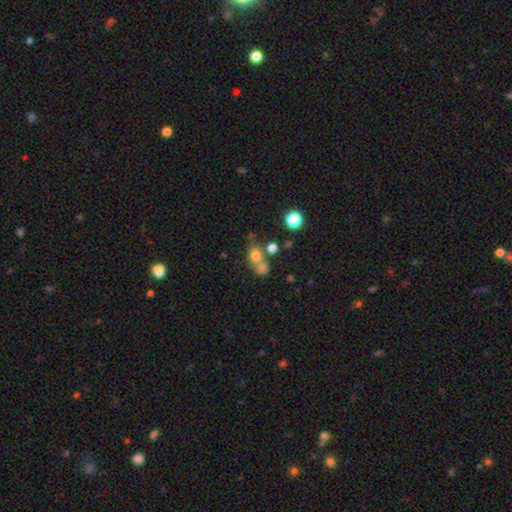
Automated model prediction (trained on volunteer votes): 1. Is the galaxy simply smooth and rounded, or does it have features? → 70% smooth, 16% star or artifact, 14% featured or disk.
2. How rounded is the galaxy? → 66% round, 32% in between, 2% cigar-shaped.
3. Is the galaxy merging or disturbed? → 47% merger, 38% none, 9% minor disturbance, 6% major disturbance.